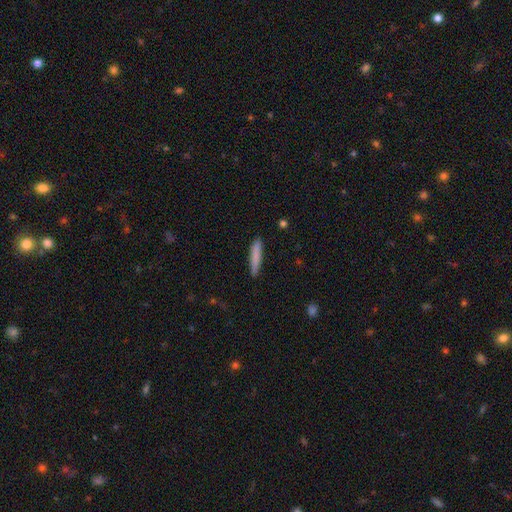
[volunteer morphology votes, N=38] smooth 82%, featured or disk 13%, star or artifact 5%. Down the decision tree: how rounded — cigar-shaped (97%); merging — none (75%).